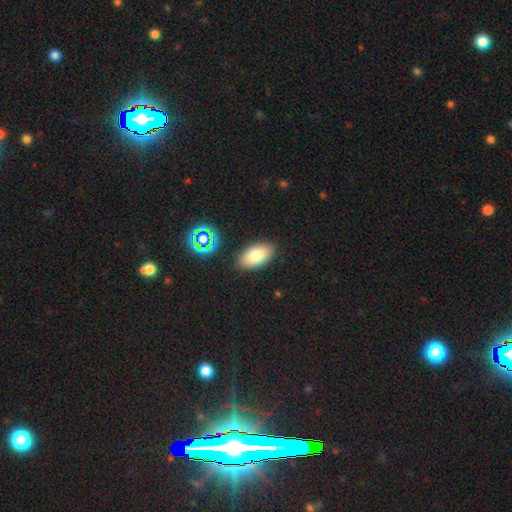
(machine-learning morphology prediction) A smooth galaxy with no disk features (79%) that is in between round and cigar-shaped (93%). Merging: none (86%).